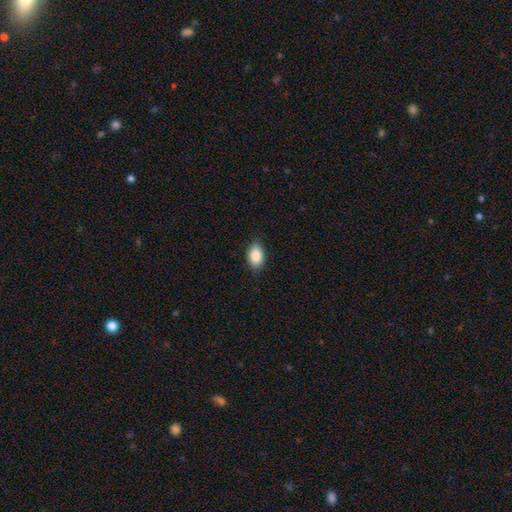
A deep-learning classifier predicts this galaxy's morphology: The model was most divided on "merging": none: 86%, minor disturbance: 11%, major disturbance: 2%, merger: 1%. More confident: how rounded — in between (91%); smooth or featured — smooth (87%).